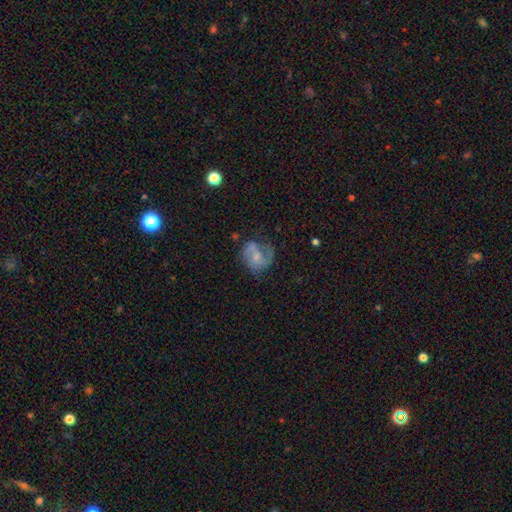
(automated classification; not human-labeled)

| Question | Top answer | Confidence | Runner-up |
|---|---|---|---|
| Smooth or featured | featured or disk | 62% | smooth (30%) |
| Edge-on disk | no | 98% | yes (2%) |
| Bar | no | 56% | weak (36%) |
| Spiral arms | yes | 82% | no (18%) |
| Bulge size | small | 55% | moderate (29%) |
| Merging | none | 47% | major disturbance (25%) |